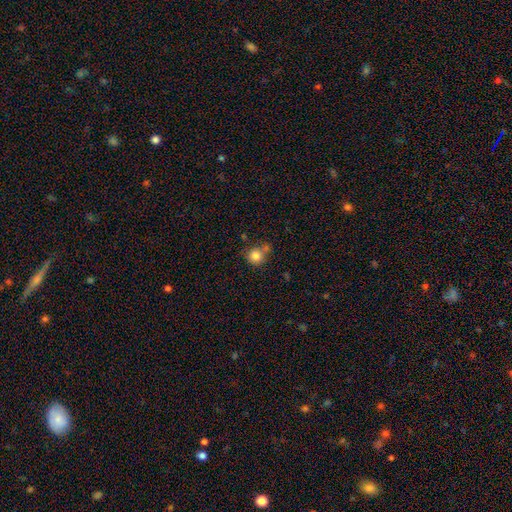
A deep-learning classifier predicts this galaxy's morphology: This is clearly a smooth galaxy (83%). How rounded: clearly round (91%). Merging: likely none (61%).